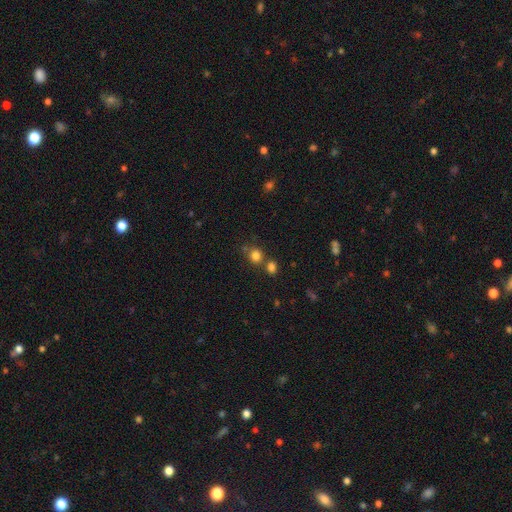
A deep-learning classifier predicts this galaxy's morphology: The model was most divided on "merging": none: 63%, merger: 24%, minor disturbance: 10%, major disturbance: 4%. More confident: how rounded — round (82%); smooth or featured — smooth (80%).